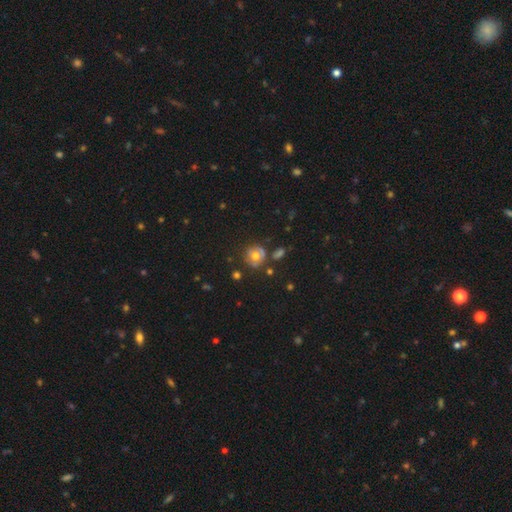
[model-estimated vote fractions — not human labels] Overall: smooth (56%; featured or disk 33%). How rounded: round (85%). Merging: none (65%).